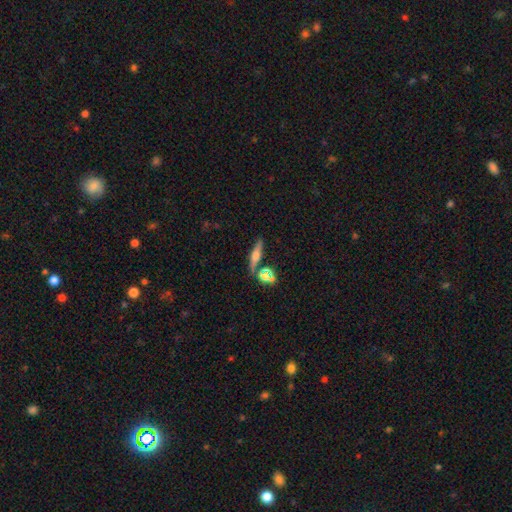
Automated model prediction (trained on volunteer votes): smooth-or-featured: featured or disk: 51% | smooth: 37% | star or artifact: 12%
  disk-edge-on: yes: 93% | no: 7%
  merging: none: 80% | minor disturbance: 9% | merger: 9% | major disturbance: 3%